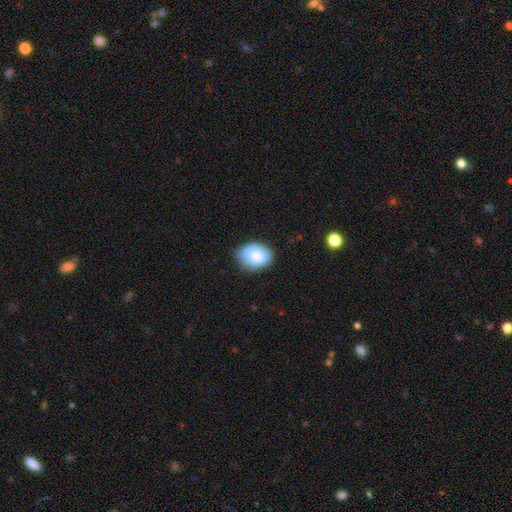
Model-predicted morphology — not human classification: A smooth galaxy with no disk features (68%) that is in between round and cigar-shaped (64%). Merging: none (59%).